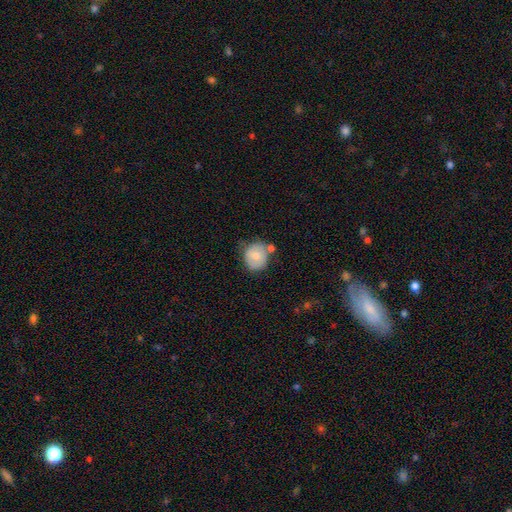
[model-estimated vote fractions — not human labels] Q: Smooth or featured?
A: smooth (74%); runner-up: featured or disk (18%)
Q: How rounded?
A: round (77%); runner-up: in between (22%)
Q: Merging?
A: none (54%); runner-up: minor disturbance (23%)